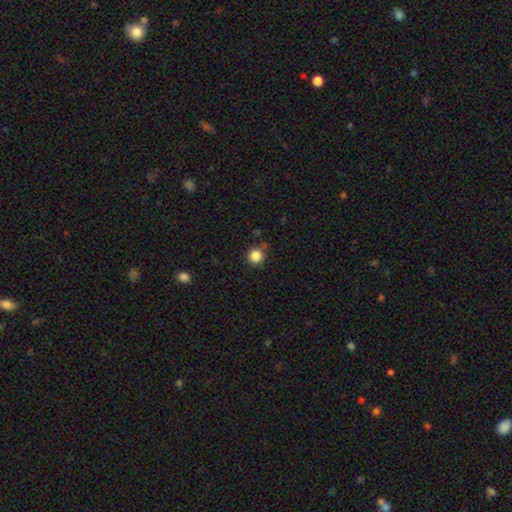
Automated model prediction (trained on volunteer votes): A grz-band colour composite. It shows a smooth galaxy with no disk features (85%) that is round (94%). Merging: none (85%).